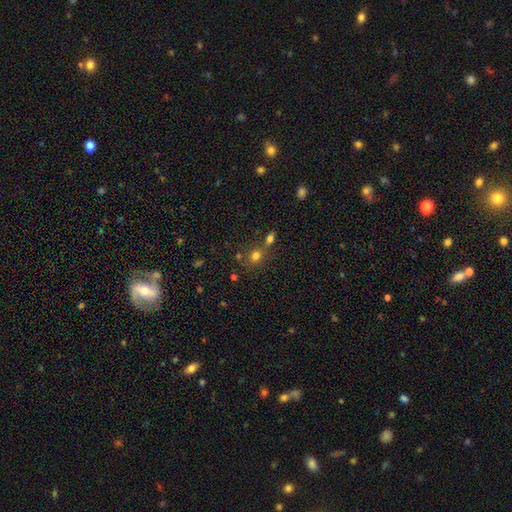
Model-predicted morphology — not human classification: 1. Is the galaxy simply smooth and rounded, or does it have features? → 74% smooth, 17% star or artifact, 9% featured or disk.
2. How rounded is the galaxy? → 72% round, 27% in between, 1% cigar-shaped.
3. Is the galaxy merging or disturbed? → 56% none, 28% merger, 11% minor disturbance, 5% major disturbance.